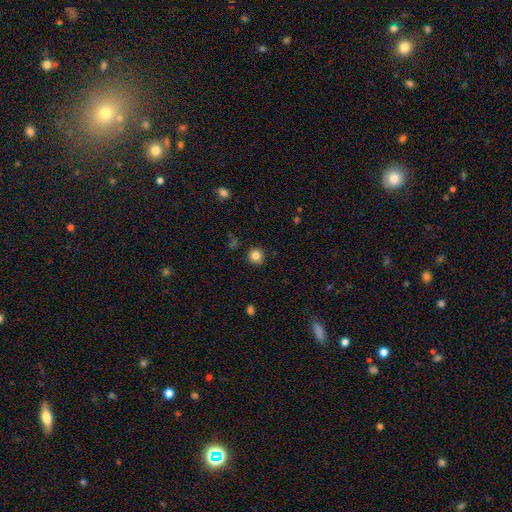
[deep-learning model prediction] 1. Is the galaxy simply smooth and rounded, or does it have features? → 83% smooth, 11% star or artifact, 5% featured or disk.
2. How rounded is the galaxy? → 93% round, 6% in between, 1% cigar-shaped.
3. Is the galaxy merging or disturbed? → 91% none, 6% minor disturbance, 2% major disturbance, 1% merger.